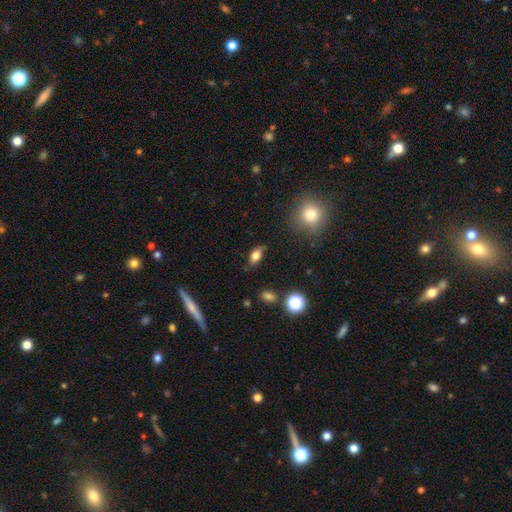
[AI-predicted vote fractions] Smooth or featured?
  - smooth: 70% *
  - featured or disk: 20%
  - star or artifact: 11%
How rounded?
  - in between: 80% *
  - round: 11%
  - cigar-shaped: 9%
Merging?
  - none: 71% *
  - minor disturbance: 20%
  - major disturbance: 6%
  - merger: 2%